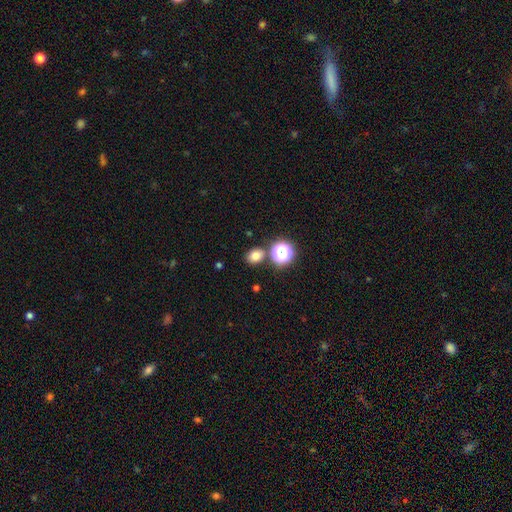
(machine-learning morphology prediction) Overall: smooth (74%). How rounded: round (56%; in between 43%). Merging: none (80%).